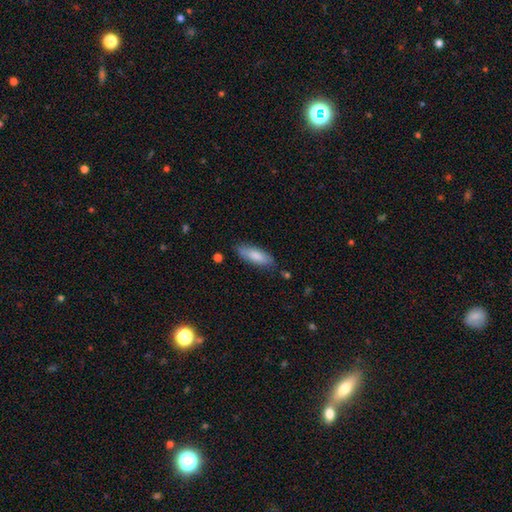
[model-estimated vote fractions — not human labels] A smooth galaxy with no disk features (81%) that is in between round and cigar-shaped (59%). Merging: none (79%).